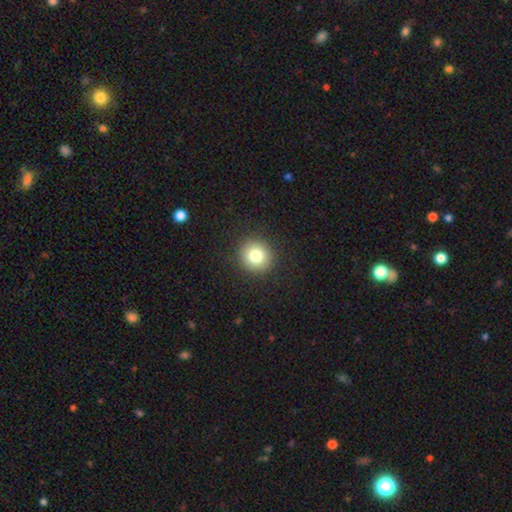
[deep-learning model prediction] smooth-or-featured: smooth: 80% | star or artifact: 11% | featured or disk: 9%
  how-rounded: round: 91% | in between: 8% | cigar-shaped: 1%
  merging: none: 91% | minor disturbance: 6% | major disturbance: 2% | merger: 1%